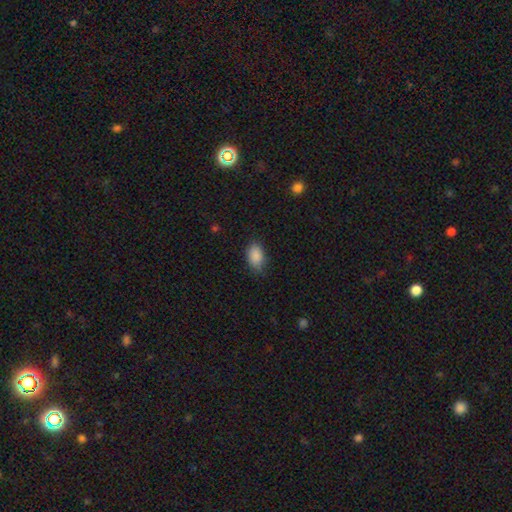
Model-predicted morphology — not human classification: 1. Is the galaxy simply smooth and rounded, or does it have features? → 88% smooth, 8% star or artifact, 4% featured or disk.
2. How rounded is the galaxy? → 90% in between, 8% round, 2% cigar-shaped.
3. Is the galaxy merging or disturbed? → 75% none, 20% minor disturbance, 4% major disturbance, 1% merger.